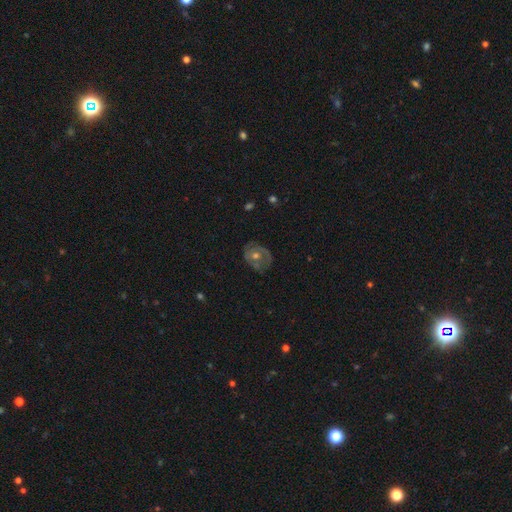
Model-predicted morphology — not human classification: The model was most divided on "spiral arms": yes: 55%, no: 45%. More confident: edge-on disk — no (96%); bar — no (82%); merging — none (71%); bulge size — moderate (67%); smooth or featured — featured or disk (64%).